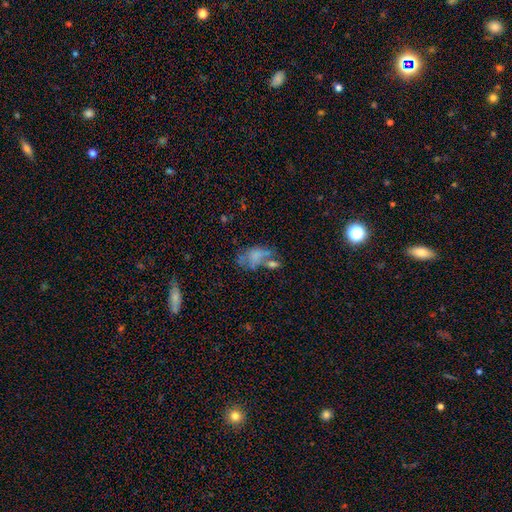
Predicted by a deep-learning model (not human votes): The model was most divided on "merging": merger: 33%, none: 25%, major disturbance: 23%, minor disturbance: 19%. More confident: how rounded — in between (87%); smooth or featured — smooth (56%).